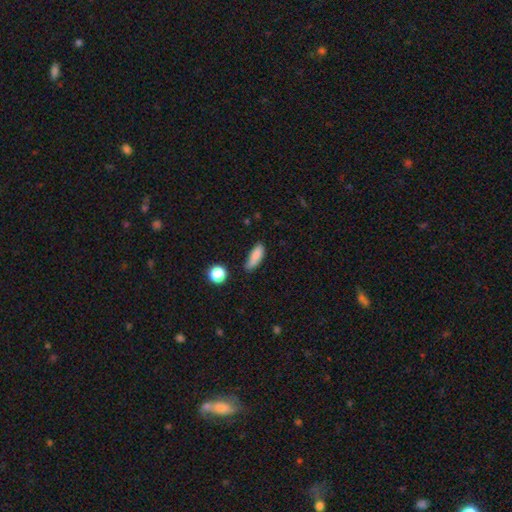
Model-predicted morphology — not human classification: This appears to be a smooth galaxy with no disk features (83%) that is in between round and cigar-shaped (58%). Merging: none (59%).